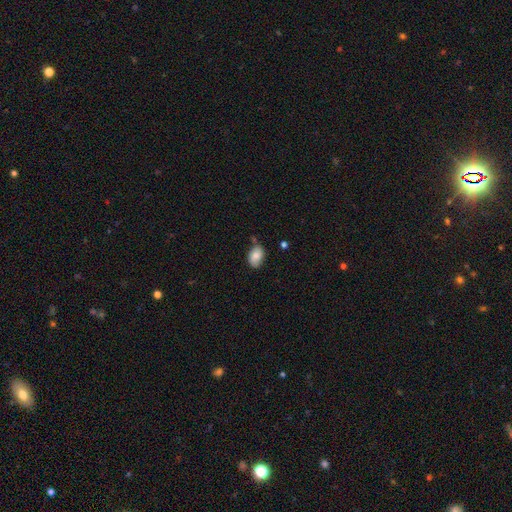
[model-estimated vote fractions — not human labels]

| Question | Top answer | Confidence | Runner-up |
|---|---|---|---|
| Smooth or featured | smooth | 82% | featured or disk (11%) |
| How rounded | in between | 87% | round (11%) |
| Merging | none | 68% | minor disturbance (22%) |